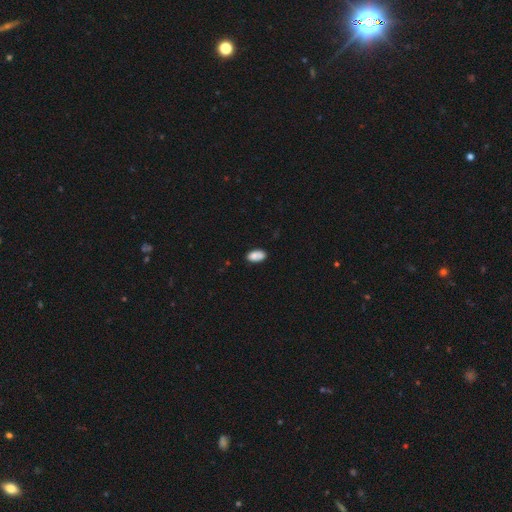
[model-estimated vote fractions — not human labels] This appears to be a smooth galaxy with no disk features (82%) that is in between round and cigar-shaped (93%). Merging: none (69%).